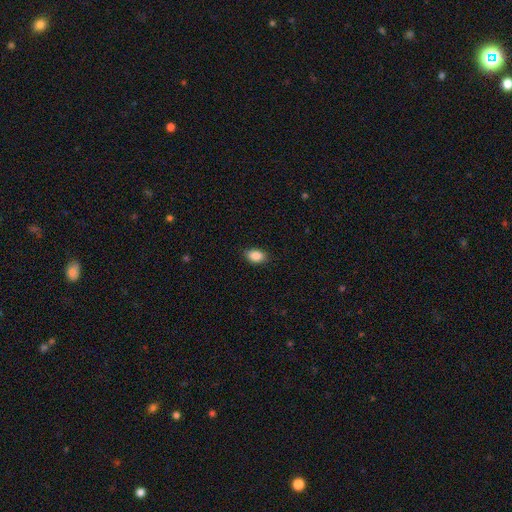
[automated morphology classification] This is clearly a smooth galaxy (88%). How rounded: clearly in between (85%). Merging: clearly none (86%).